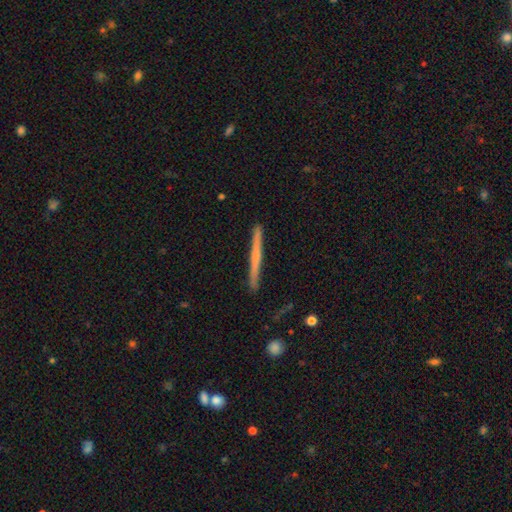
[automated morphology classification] Smooth or featured? featured or disk (51%)
Edge-on disk? yes (98%)
Merging? none (91%)